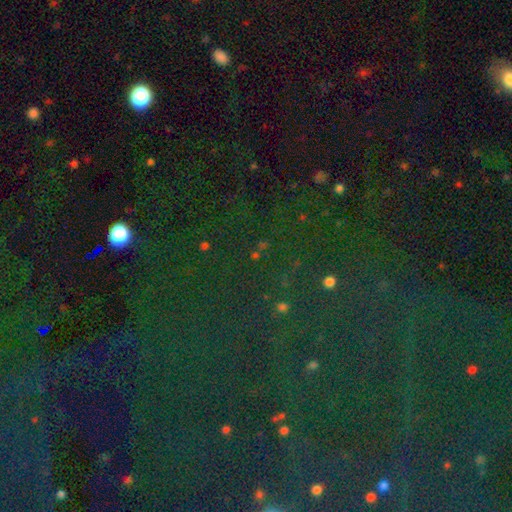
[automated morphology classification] star or artifact 67%, smooth 24%, featured or disk 8%.